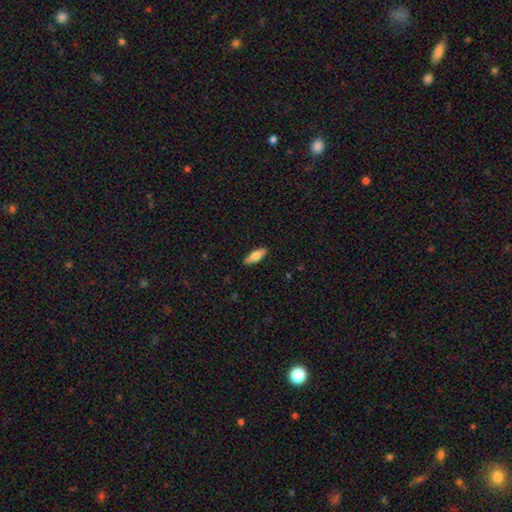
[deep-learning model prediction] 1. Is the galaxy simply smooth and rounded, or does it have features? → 69% smooth, 26% featured or disk, 6% star or artifact.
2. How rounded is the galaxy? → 61% in between, 37% cigar-shaped, 2% round.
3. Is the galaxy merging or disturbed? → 89% none, 8% minor disturbance, 2% major disturbance, 1% merger.